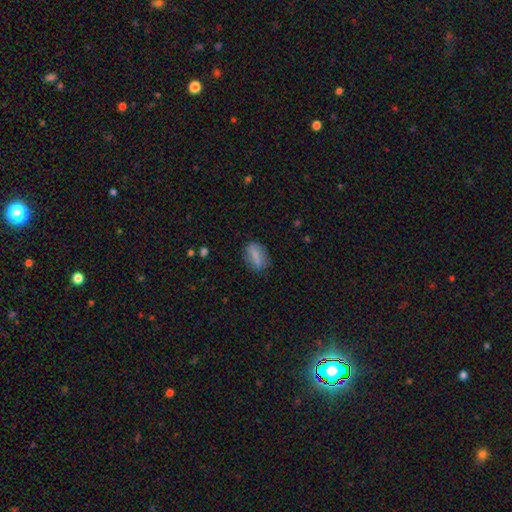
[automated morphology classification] Smooth or featured?
  - smooth: 77% *
  - featured or disk: 15%
  - star or artifact: 9%
How rounded?
  - in between: 75% *
  - cigar-shaped: 15%
  - round: 10%
Merging?
  - none: 78% *
  - minor disturbance: 15%
  - major disturbance: 5%
  - merger: 2%